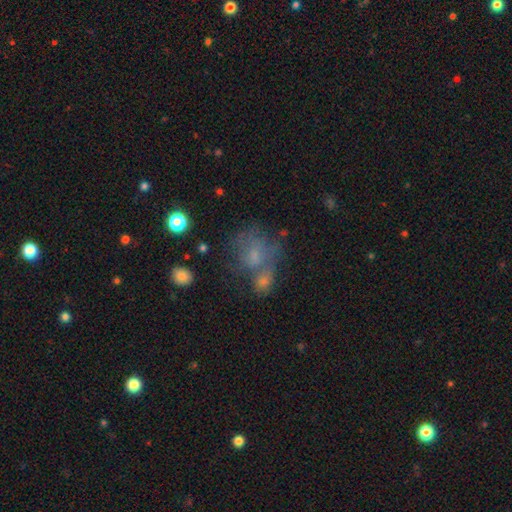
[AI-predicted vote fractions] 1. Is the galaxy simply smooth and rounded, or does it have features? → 48% smooth, 33% featured or disk, 19% star or artifact.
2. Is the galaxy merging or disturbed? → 36% none, 34% merger, 15% minor disturbance, 14% major disturbance.